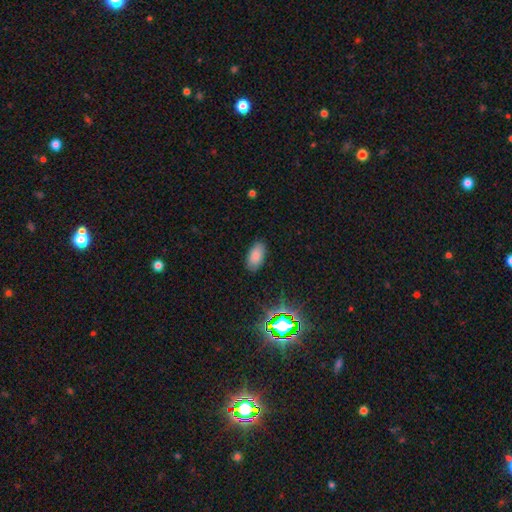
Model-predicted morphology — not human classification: smooth 81%, star or artifact 13%, featured or disk 6%. Down the decision tree: how rounded — in between (93%); merging — none (86%).